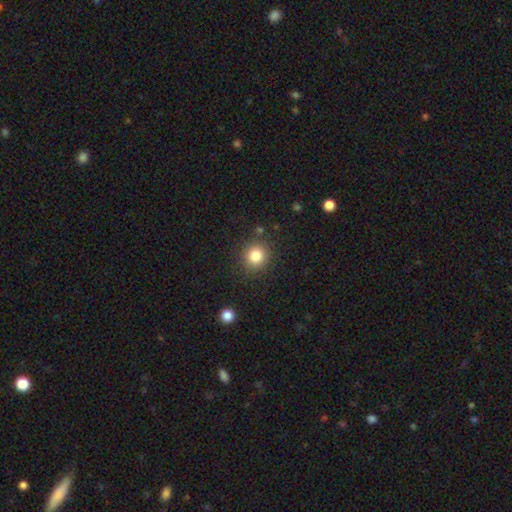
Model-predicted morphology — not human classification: smooth 83%, star or artifact 12%, featured or disk 6%. Down the decision tree: how rounded — round (88%); merging — none (86%).